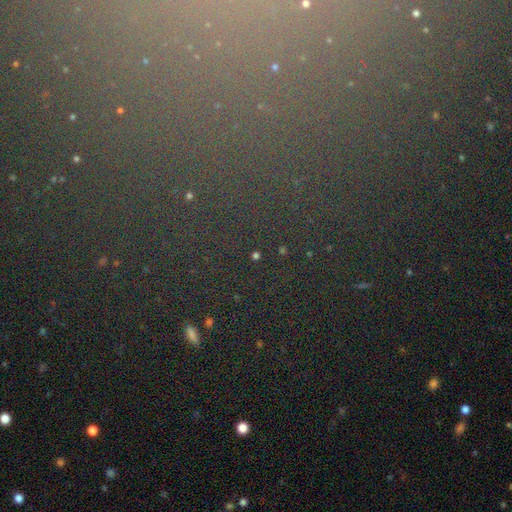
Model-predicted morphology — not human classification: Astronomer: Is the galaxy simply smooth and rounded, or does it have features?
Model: star or artifact — 78%.